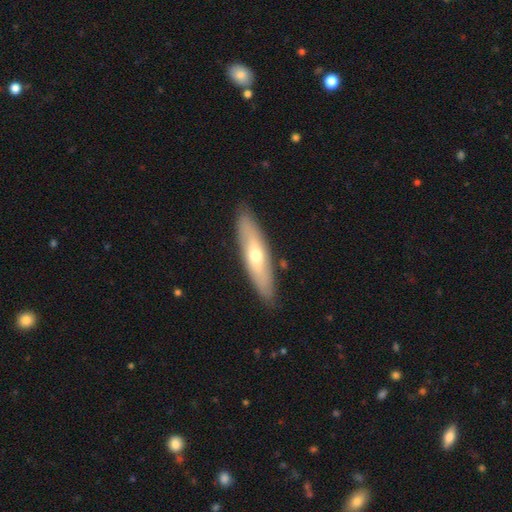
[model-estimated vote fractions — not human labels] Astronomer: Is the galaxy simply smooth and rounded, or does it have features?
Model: featured or disk — 47%, tied with smooth at 47%.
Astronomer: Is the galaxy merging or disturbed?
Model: none — 87%.